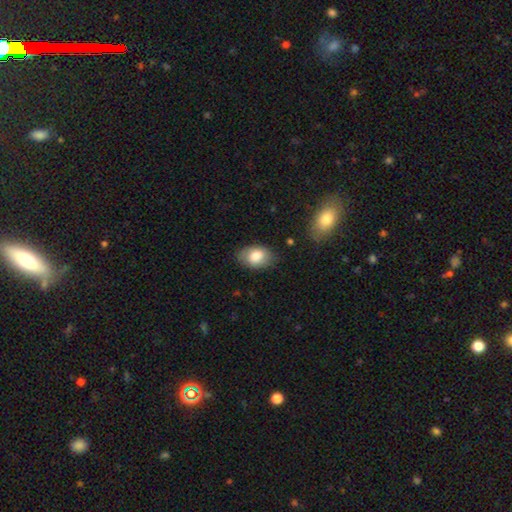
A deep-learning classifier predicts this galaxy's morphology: Q: Smooth or featured?
A: smooth (80%); runner-up: featured or disk (13%)
Q: How rounded?
A: in between (86%); runner-up: round (13%)
Q: Merging?
A: none (80%); runner-up: minor disturbance (15%)